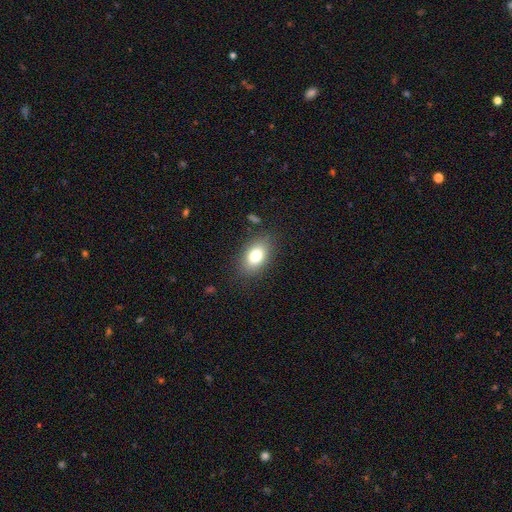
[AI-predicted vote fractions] A smooth galaxy with no disk features (79%) that is in between round and cigar-shaped (87%). Merging: none (83%).